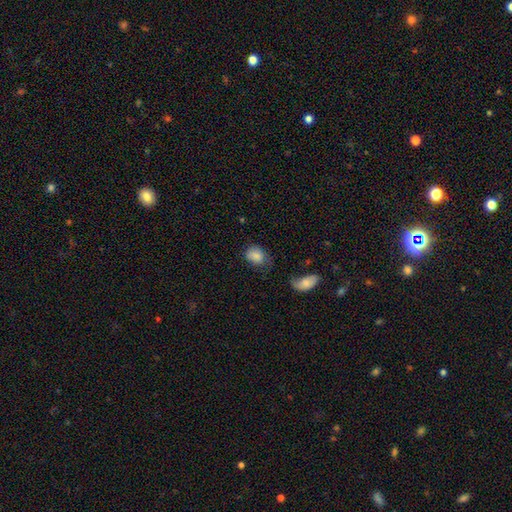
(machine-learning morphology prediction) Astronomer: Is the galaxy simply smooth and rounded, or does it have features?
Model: smooth — 83%.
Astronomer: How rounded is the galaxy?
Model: in between — 63%.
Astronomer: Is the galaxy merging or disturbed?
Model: none — 51% (runner-up: minor disturbance, 29%).